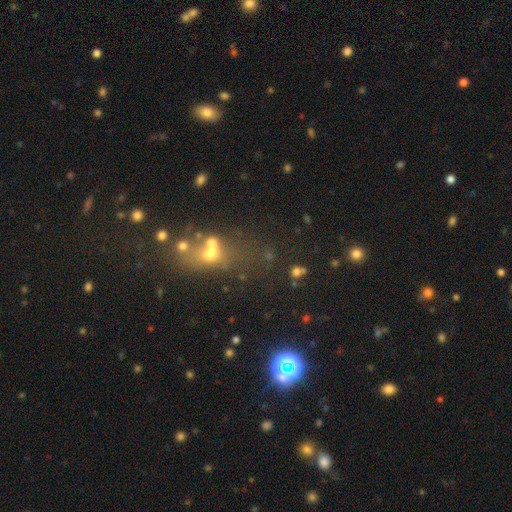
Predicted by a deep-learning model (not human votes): Morphology: type=star or artifact (40%).